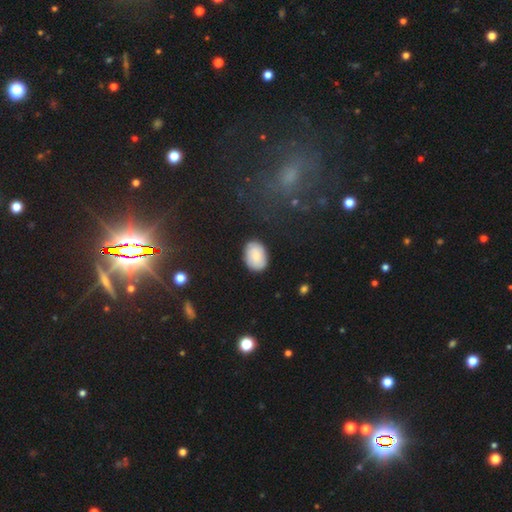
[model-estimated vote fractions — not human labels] A smooth galaxy with no disk features (77%) that is in between round and cigar-shaped (80%). Merging: none (82%).